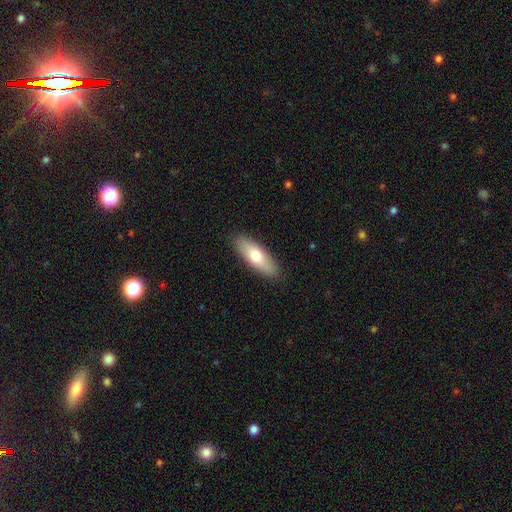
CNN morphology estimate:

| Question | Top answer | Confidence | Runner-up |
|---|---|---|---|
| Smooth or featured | smooth | 73% | featured or disk (21%) |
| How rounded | in between | 62% | cigar-shaped (36%) |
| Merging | none | 88% | minor disturbance (9%) |